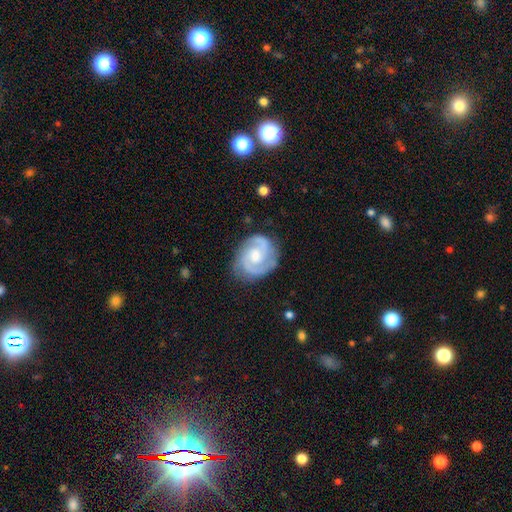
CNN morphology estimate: Q: Smooth or featured?
A: featured or disk (89%); runner-up: smooth (7%)
Q: Edge-on disk?
A: no (98%); runner-up: yes (2%)
Q: Bar?
A: no (51%); runner-up: weak (42%)
Q: Spiral arms?
A: yes (98%); runner-up: no (2%)
Q: Spiral winding?
A: tight (48%); runner-up: medium (45%)
Q: Spiral arm count?
A: 2 (89%); runner-up: 3 (4%)
Q: Bulge size?
A: moderate (55%); runner-up: small (32%)
Q: Merging?
A: none (80%); runner-up: minor disturbance (14%)